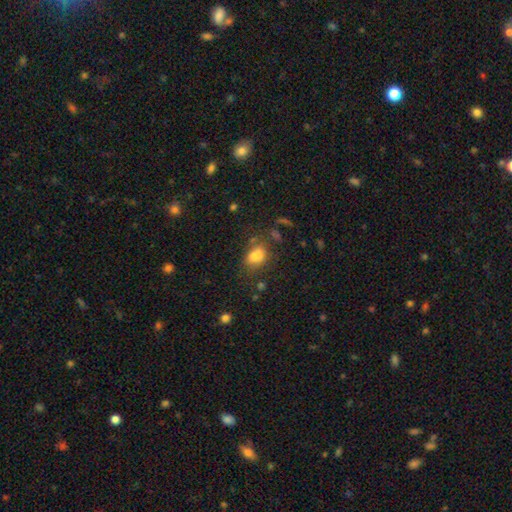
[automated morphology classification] smooth_or_featured: smooth (p=0.78) [alt: star or artifact p=0.11]
how_rounded: in between (p=0.74) [alt: round p=0.24]
merging: none (p=0.55) [alt: minor disturbance p=0.24]